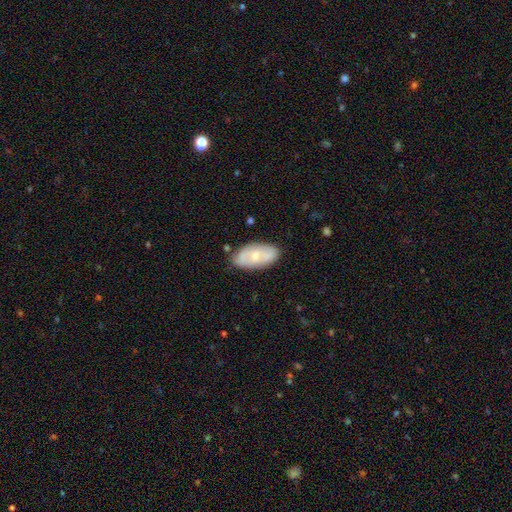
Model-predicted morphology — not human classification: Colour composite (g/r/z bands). It shows a smooth galaxy with no disk features (55%) that is in between round and cigar-shaped (93%). Merging: none (75%).